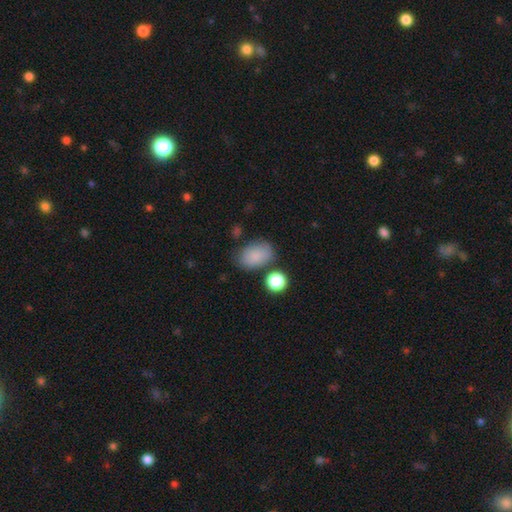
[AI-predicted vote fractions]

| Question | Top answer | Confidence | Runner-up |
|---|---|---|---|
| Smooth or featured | smooth | 83% | star or artifact (9%) |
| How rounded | in between | 83% | round (16%) |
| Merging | none | 69% | minor disturbance (19%) |